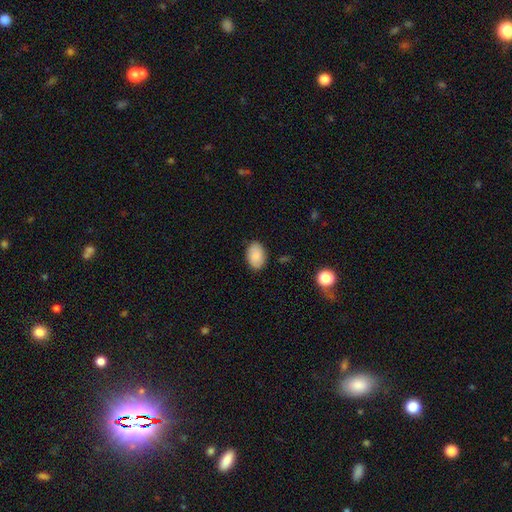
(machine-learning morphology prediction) Q: Smooth or featured?
A: smooth (86%); runner-up: featured or disk (7%)
Q: How rounded?
A: in between (86%); runner-up: round (13%)
Q: Merging?
A: none (85%); runner-up: minor disturbance (11%)